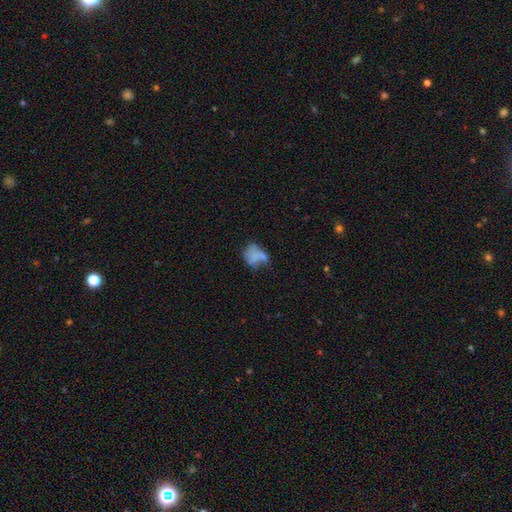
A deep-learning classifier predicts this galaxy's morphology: Overall: smooth (62%; featured or disk 27%). How rounded: in between (60%; round 38%). Merging: none (28%; major disturbance 26%).